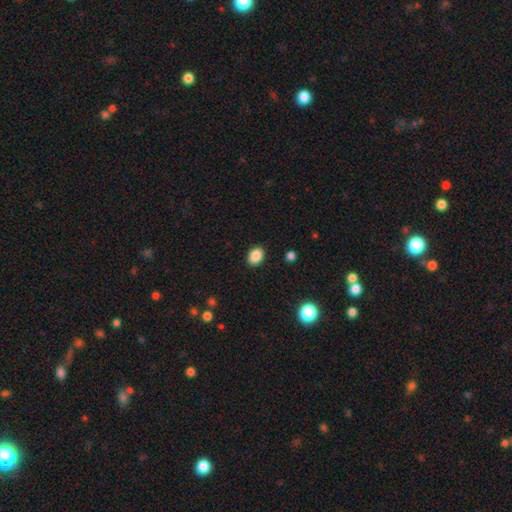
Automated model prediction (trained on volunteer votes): Q: Smooth or featured?
A: smooth (87%); runner-up: star or artifact (9%)
Q: How rounded?
A: in between (67%); runner-up: round (32%)
Q: Merging?
A: none (89%); runner-up: minor disturbance (8%)